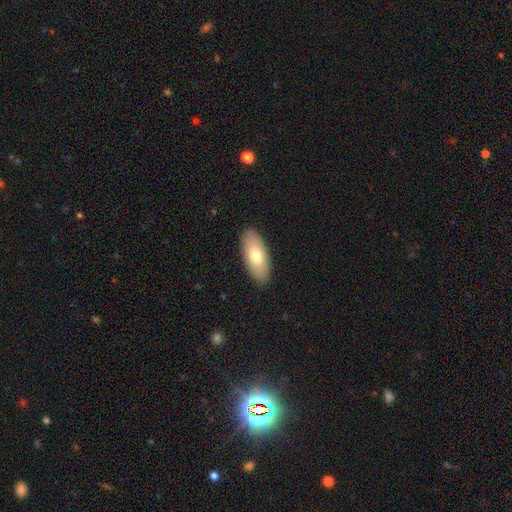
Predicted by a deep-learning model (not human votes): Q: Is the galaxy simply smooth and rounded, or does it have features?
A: smooth — 72%.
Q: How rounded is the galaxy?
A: in between — 90%.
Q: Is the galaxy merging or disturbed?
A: none — 89%.